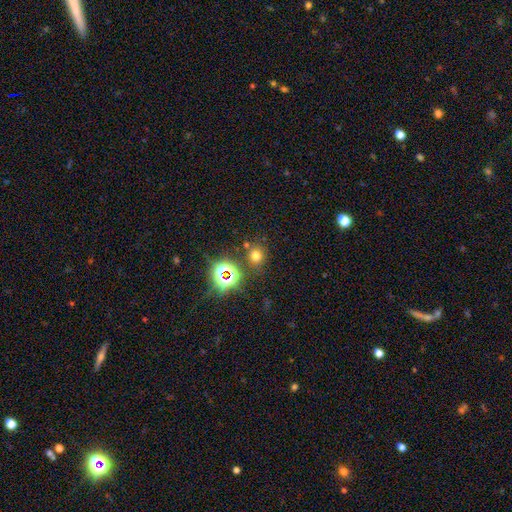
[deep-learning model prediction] Smooth or featured? Predicted: smooth (p=0.64). How rounded? Predicted: round (p=0.81). Merging? Predicted: none (p=0.80).